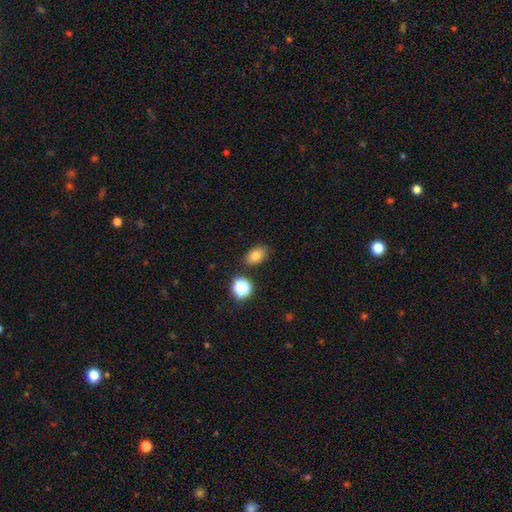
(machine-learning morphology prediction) smooth 79%, star or artifact 12%, featured or disk 9%. Down the decision tree: how rounded — in between (83%); merging — none (83%).